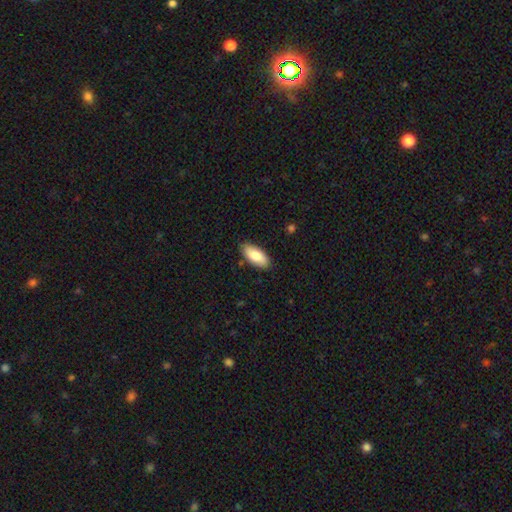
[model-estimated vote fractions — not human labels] Overall: smooth (84%). How rounded: in between (87%). Merging: none (86%).